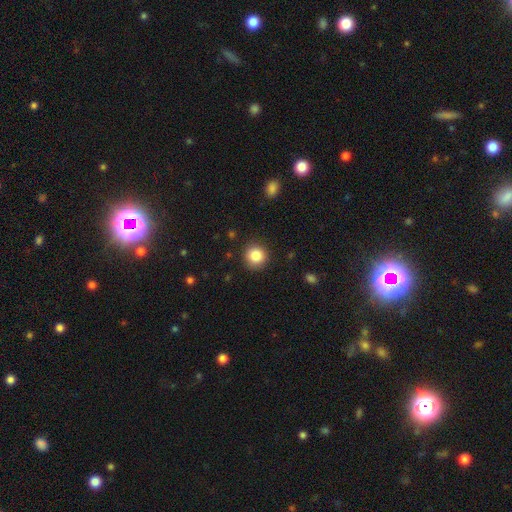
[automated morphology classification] The model was most divided on "smooth or featured": smooth: 85%, star or artifact: 10%, featured or disk: 5%. More confident: how rounded — round (93%); merging — none (90%).